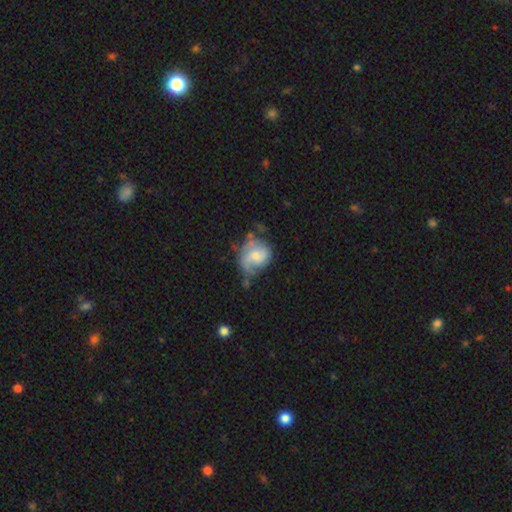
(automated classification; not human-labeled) smooth-or-featured: featured or disk: 55% | smooth: 38% | star or artifact: 7%
  disk-edge-on: no: 98% | yes: 2%
    bar: no: 58% | weak: 36% | strong: 6%
    has-spiral-arms: yes: 76% | no: 24%
    bulge-size: moderate: 38% (tied) | small: 38% (tied) | none: 15% | large: 7% | dominant: 2%
  merging: none: 39% | minor disturbance: 31% | major disturbance: 23% | merger: 8%